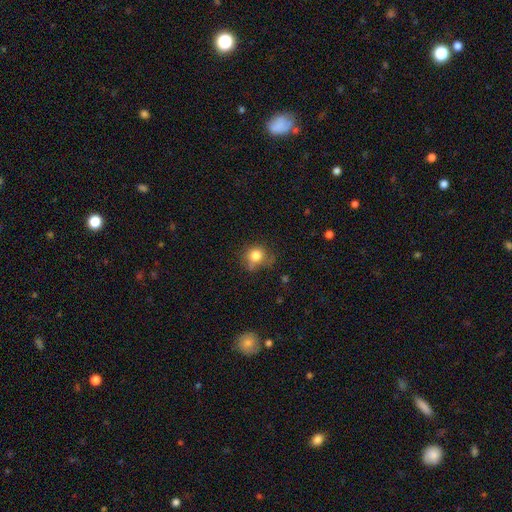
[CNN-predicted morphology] smooth 81%, star or artifact 11%, featured or disk 8%. Down the decision tree: how rounded — round (80%); merging — none (61%).